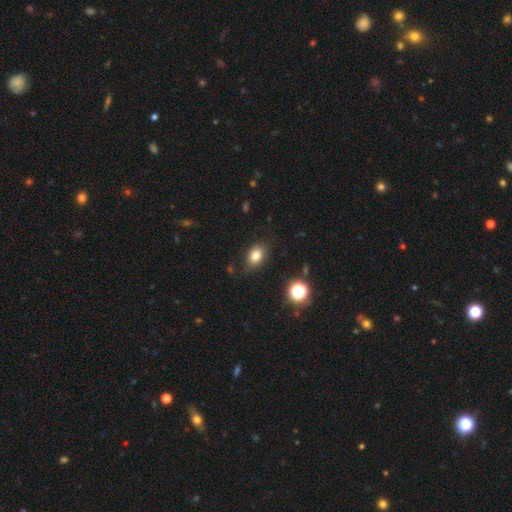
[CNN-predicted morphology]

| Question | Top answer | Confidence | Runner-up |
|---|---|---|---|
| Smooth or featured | smooth | 80% | star or artifact (12%) |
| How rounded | in between | 73% | round (26%) |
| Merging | none | 80% | minor disturbance (14%) |